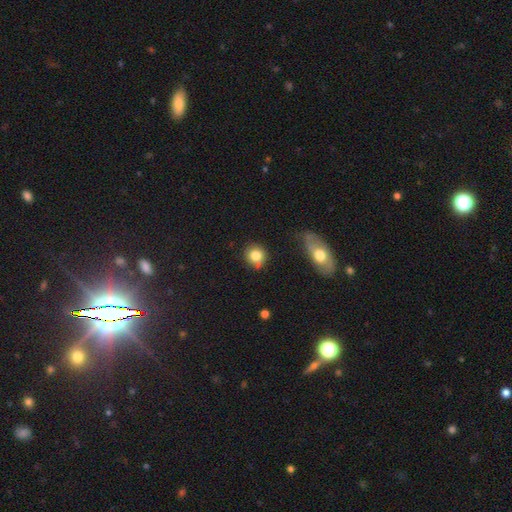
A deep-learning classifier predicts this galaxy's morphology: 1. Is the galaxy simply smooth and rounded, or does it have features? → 80% smooth, 10% featured or disk, 10% star or artifact.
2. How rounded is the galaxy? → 81% round, 17% in between, 1% cigar-shaped.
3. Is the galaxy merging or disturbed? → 69% none, 21% minor disturbance, 5% merger, 5% major disturbance.